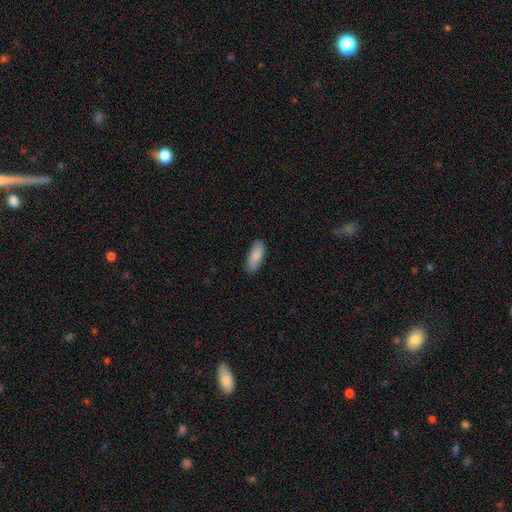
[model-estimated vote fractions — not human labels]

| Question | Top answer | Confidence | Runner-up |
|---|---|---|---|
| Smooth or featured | smooth | 87% | featured or disk (7%) |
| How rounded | in between | 77% | cigar-shaped (21%) |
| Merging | none | 84% | minor disturbance (13%) |